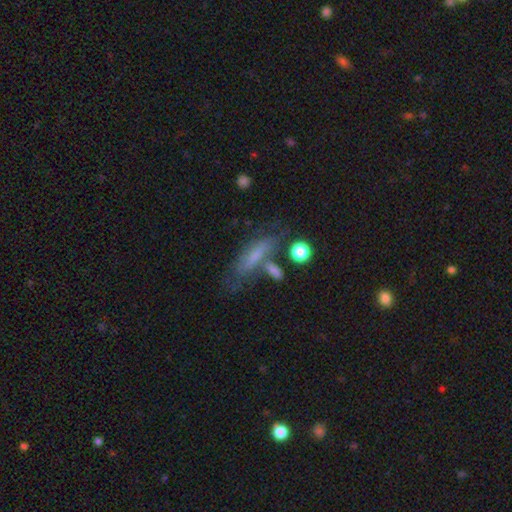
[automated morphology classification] smooth_or_featured: smooth (p=0.55) [alt: featured or disk p=0.34]
how_rounded: cigar-shaped (p=0.60) [alt: in between p=0.35]
merging: none (p=0.50) [alt: minor disturbance p=0.21]